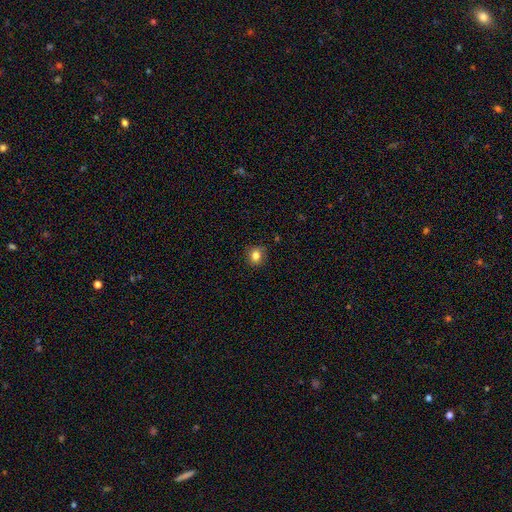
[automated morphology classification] smooth_or_featured: smooth (p=0.82) [alt: star or artifact p=0.12]
how_rounded: round (p=0.75) [alt: in between p=0.24]
merging: none (p=0.83) [alt: minor disturbance p=0.13]